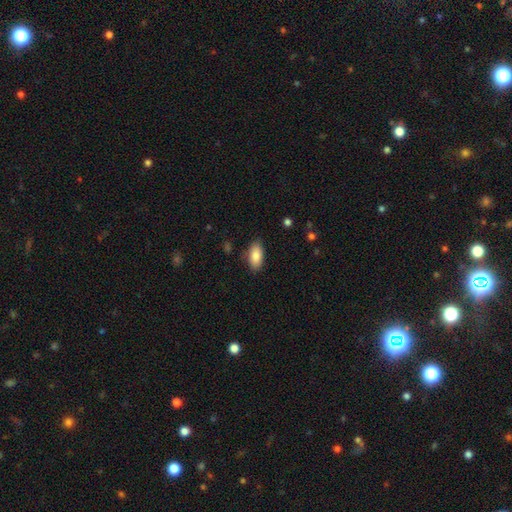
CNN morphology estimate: Smooth or featured? Predicted: smooth (p=0.85). How rounded? Predicted: in between (p=0.92). Merging? Predicted: none (p=0.85).